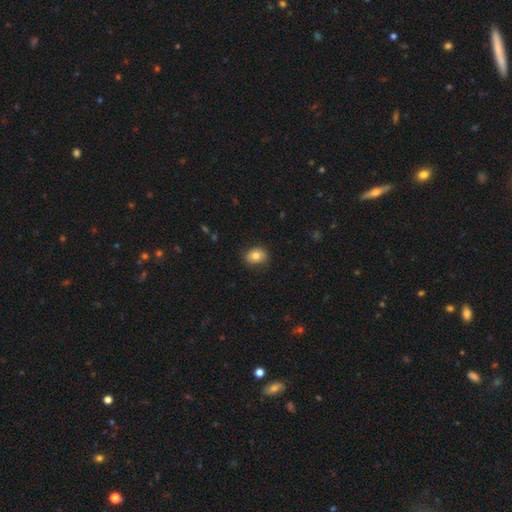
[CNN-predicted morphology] Smooth or featured?
  - smooth: 81% *
  - featured or disk: 10%
  - star or artifact: 9%
How rounded?
  - in between: 58% *
  - round: 41%
  - cigar-shaped: 1%
Merging?
  - none: 85% *
  - minor disturbance: 12%
  - major disturbance: 3%
  - merger: 1%